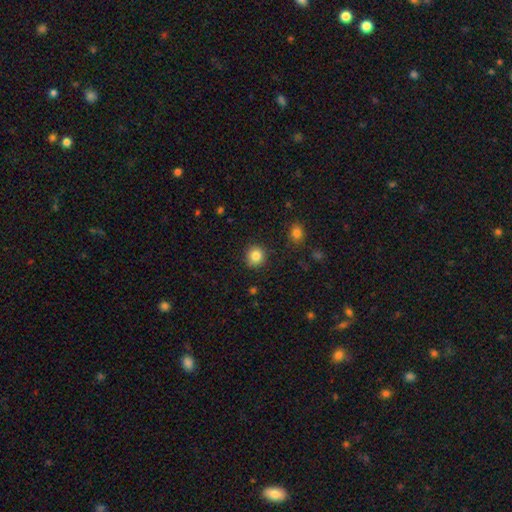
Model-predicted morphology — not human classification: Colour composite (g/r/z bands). It shows a smooth galaxy with no disk features (85%) that is round (92%). Merging: none (88%).